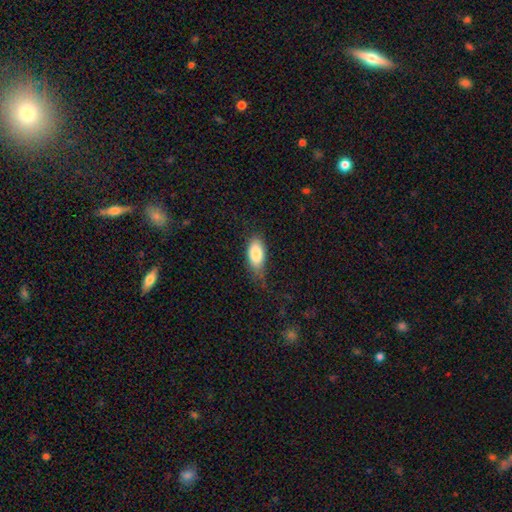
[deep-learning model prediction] This is clearly a smooth galaxy (84%). How rounded: clearly in between (89%). Merging: possibly none (58%).